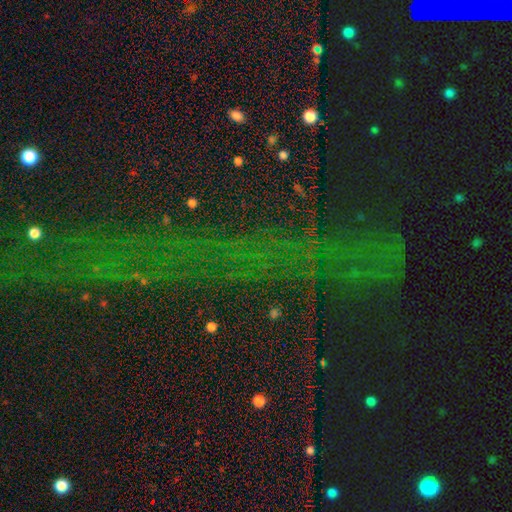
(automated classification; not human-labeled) This is likely a star or artifact rather than a galaxy (78%).